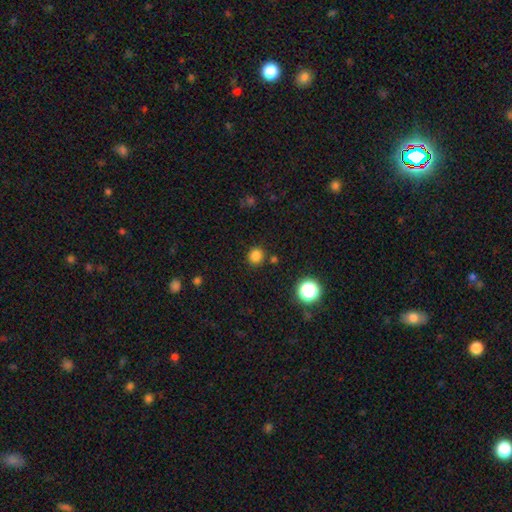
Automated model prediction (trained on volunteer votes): Smooth or featured? smooth (81%)
How rounded? round (89%)
Merging? none (86%)